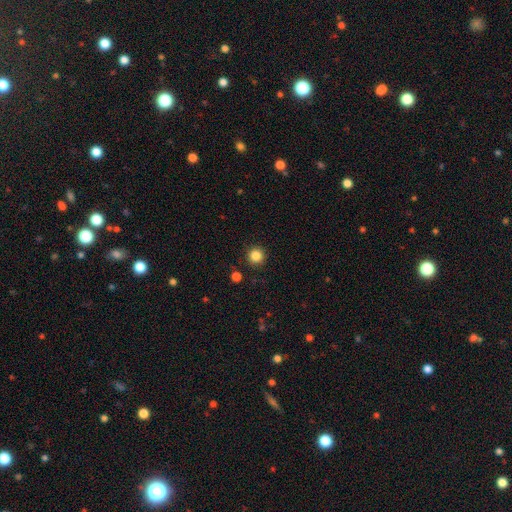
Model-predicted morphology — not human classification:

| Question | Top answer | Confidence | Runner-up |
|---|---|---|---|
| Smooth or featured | smooth | 85% | star or artifact (12%) |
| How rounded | round | 96% | in between (3%) |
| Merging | none | 92% | minor disturbance (5%) |